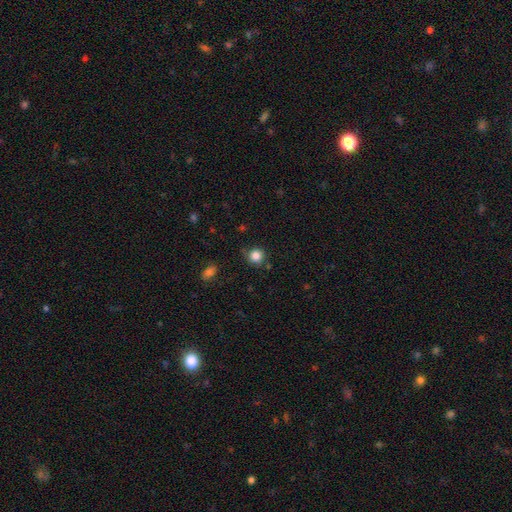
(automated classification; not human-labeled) smooth 84%, star or artifact 11%, featured or disk 5%. Down the decision tree: how rounded — round (90%); merging — none (79%).